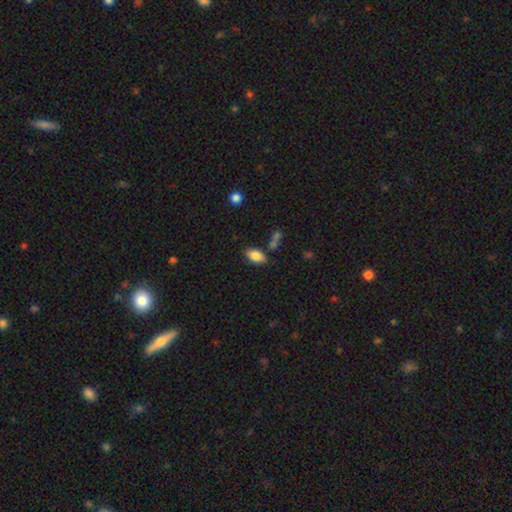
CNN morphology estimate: smooth_or_featured: smooth (p=0.85) [alt: star or artifact p=0.08]
how_rounded: in between (p=0.92) [alt: round p=0.04]
merging: none (p=0.76) [alt: minor disturbance p=0.13]